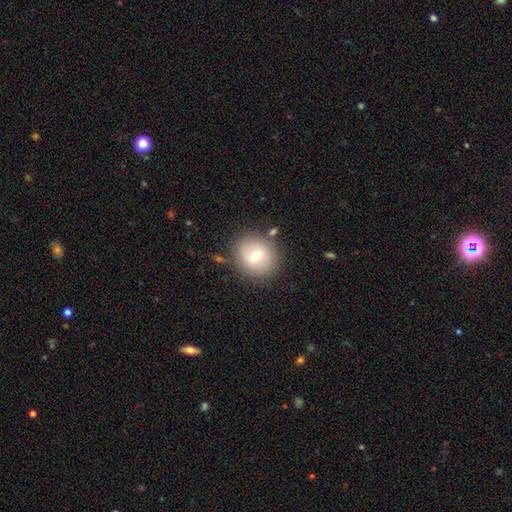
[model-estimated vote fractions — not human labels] Smooth or featured: smooth — 66% (featured or disk — 25%)
How rounded: round — 84% (in between — 15%)
Merging: none — 80% (minor disturbance — 11%)